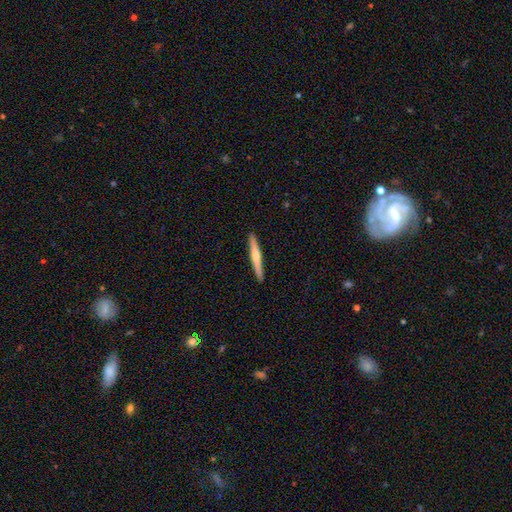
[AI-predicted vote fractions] Smooth or featured: featured or disk — 54% (smooth — 41%)
Edge-on disk: yes — 97% (no — 3%)
Edge-on bulge: rounded — 79% (none — 16%)
Merging: none — 92% (minor disturbance — 6%)